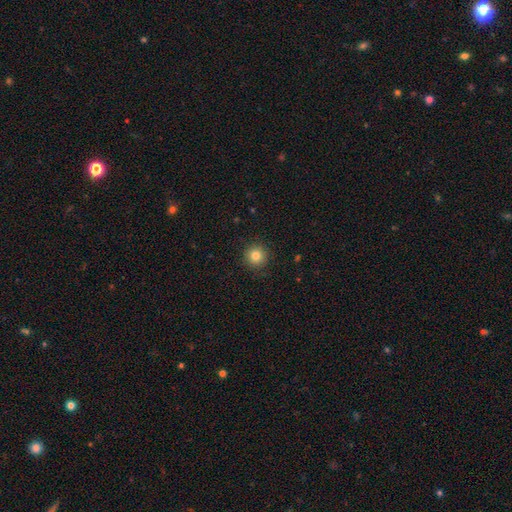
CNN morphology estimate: The model was most divided on "smooth or featured": smooth: 82%, star or artifact: 12%, featured or disk: 6%. More confident: how rounded — round (95%); merging — none (91%).